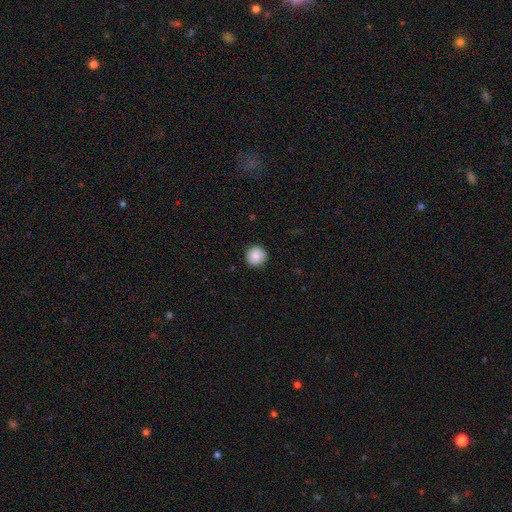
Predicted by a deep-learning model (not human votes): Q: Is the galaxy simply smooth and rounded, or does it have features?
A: smooth — 87%.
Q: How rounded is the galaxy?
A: round — 92%.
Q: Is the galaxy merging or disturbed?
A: none — 90%.